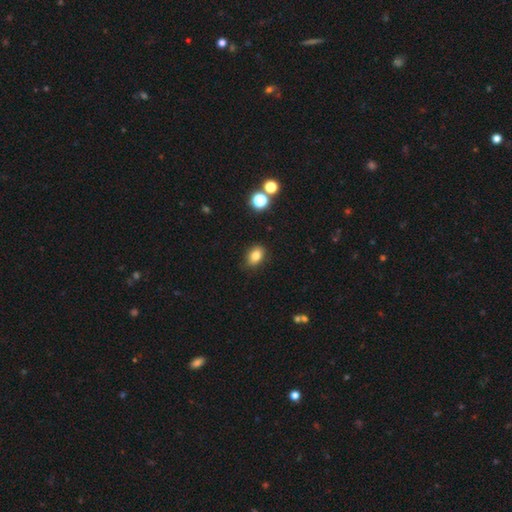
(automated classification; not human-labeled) smooth 81%, star or artifact 11%, featured or disk 7%. Down the decision tree: how rounded — in between (77%); merging — none (85%).